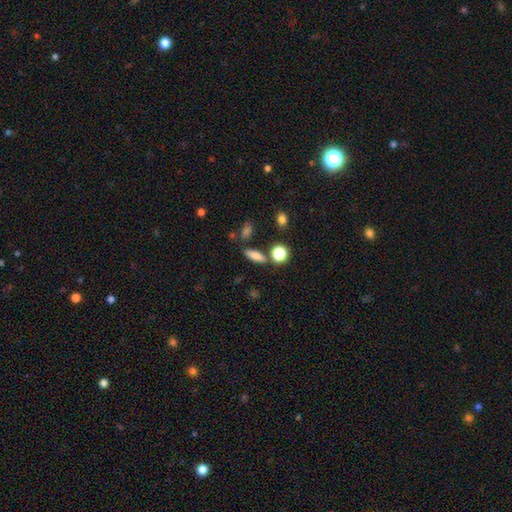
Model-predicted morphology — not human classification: Smooth or featured?
  - smooth: 76% *
  - star or artifact: 12%
  - featured or disk: 11%
How rounded?
  - in between: 50% *
  - cigar-shaped: 39%
  - round: 11%
Merging?
  - none: 77% *
  - minor disturbance: 11%
  - merger: 8%
  - major disturbance: 4%